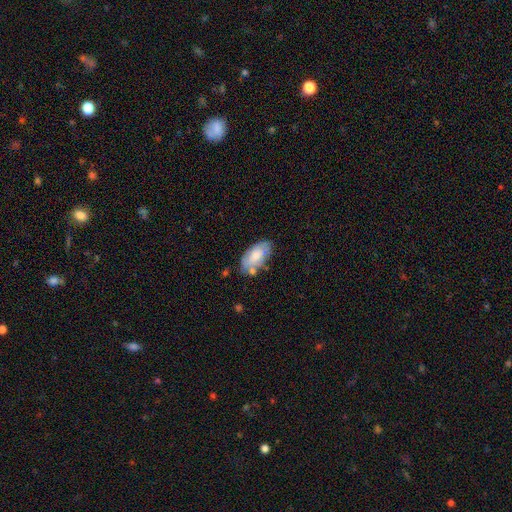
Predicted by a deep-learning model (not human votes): Q: Smooth or featured?
A: smooth (70%); runner-up: featured or disk (23%)
Q: How rounded?
A: in between (94%); runner-up: cigar-shaped (3%)
Q: Merging?
A: none (63%); runner-up: minor disturbance (23%)